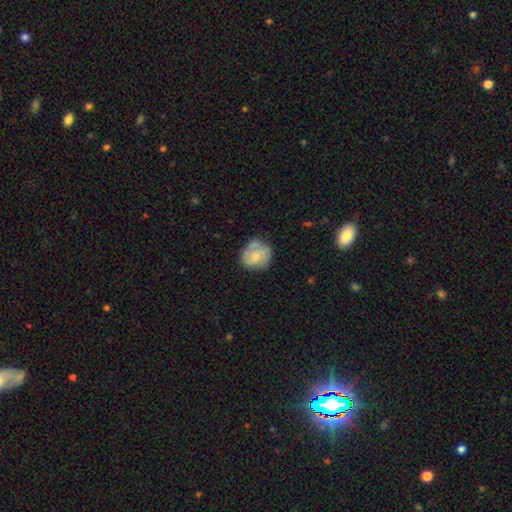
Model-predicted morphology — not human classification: Smooth or featured: featured or disk — 47% (smooth — 46%)
Merging: none — 65% (minor disturbance — 24%)